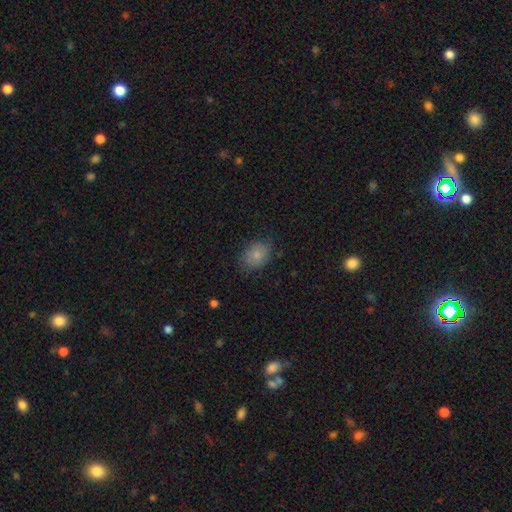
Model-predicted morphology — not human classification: smooth 73%, featured or disk 15%, star or artifact 12%. Down the decision tree: how rounded — in between (60%); merging — none (78%).